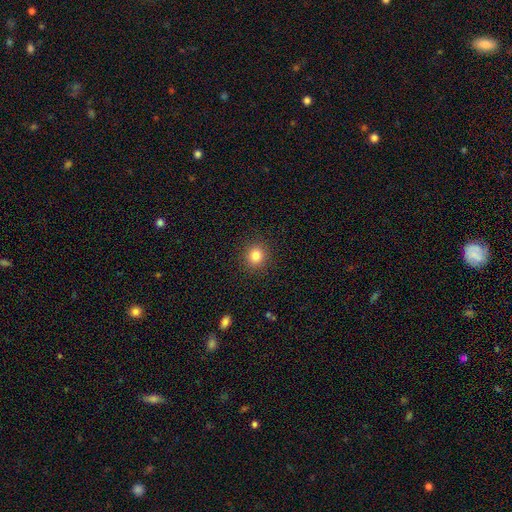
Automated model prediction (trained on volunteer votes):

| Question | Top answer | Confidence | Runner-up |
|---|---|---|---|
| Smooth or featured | smooth | 83% | star or artifact (12%) |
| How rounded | round | 85% | in between (14%) |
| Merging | none | 91% | minor disturbance (6%) |